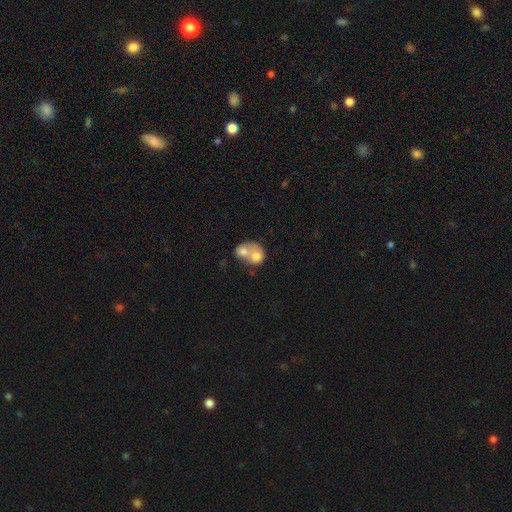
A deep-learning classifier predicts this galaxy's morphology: Smooth or featured? smooth (66%)
How rounded? round (61%)
Merging? merger (79%)